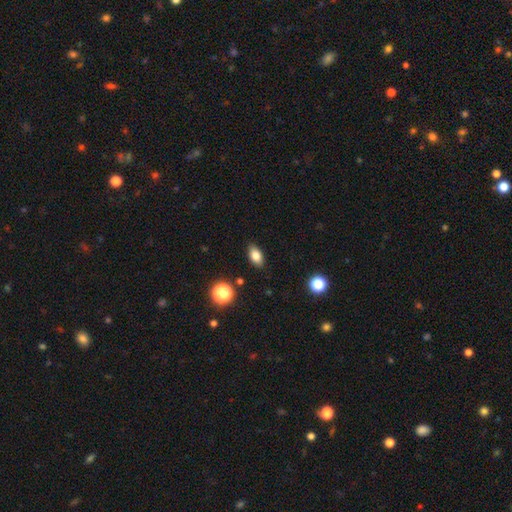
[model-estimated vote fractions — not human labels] smooth-or-featured: smooth: 80% | star or artifact: 10% | featured or disk: 10%
  how-rounded: in between: 86% | round: 9% | cigar-shaped: 5%
  merging: none: 87% | minor disturbance: 9% | major disturbance: 2% | merger: 1%